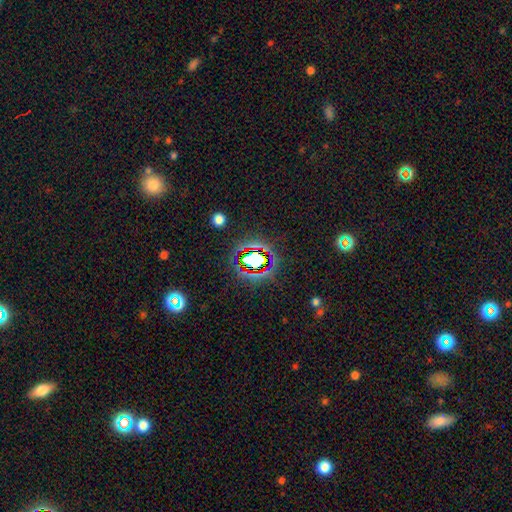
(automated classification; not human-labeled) Smooth or featured: star or artifact — 66% (smooth — 22%)